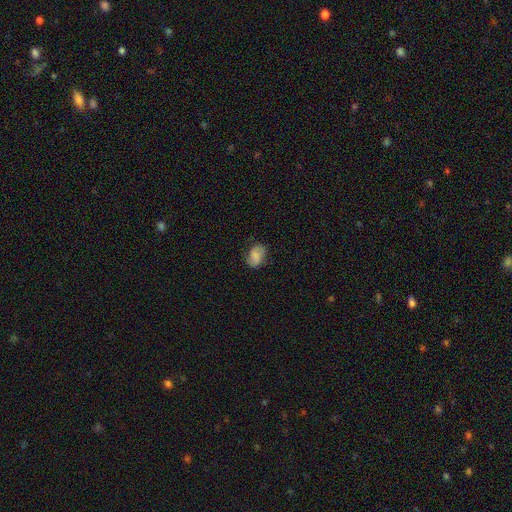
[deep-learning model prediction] Q: Smooth or featured?
A: smooth (70%); runner-up: featured or disk (21%)
Q: How rounded?
A: in between (80%); runner-up: round (19%)
Q: Merging?
A: none (67%); runner-up: minor disturbance (24%)